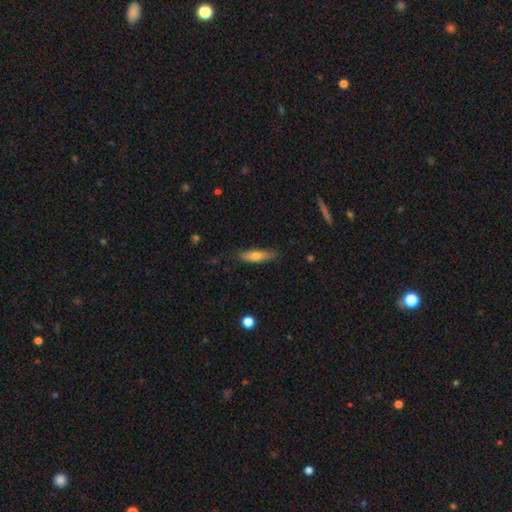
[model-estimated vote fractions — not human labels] This appears to be a smooth galaxy with no disk features (72%) that is cigar-shaped (55%). Merging: none (80%).